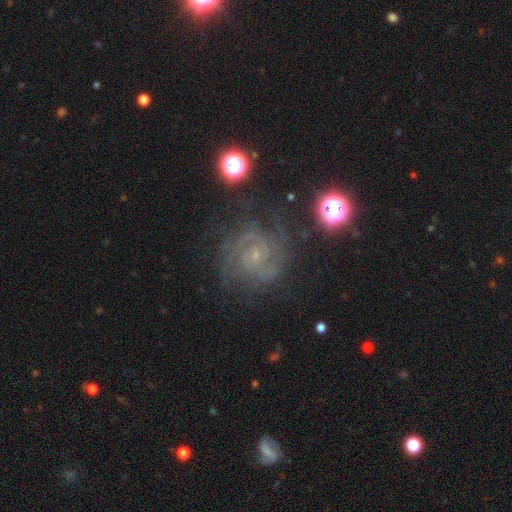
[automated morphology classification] Q: Smooth or featured?
A: featured or disk (78%); runner-up: star or artifact (12%)
Q: Edge-on disk?
A: no (98%); runner-up: yes (2%)
Q: Bar?
A: no (64%); runner-up: weak (31%)
Q: Spiral arms?
A: yes (95%); runner-up: no (5%)
Q: Spiral winding?
A: tight (54%); runner-up: medium (37%)
Q: Spiral arm count?
A: 2 (36%); runner-up: can't tell (27%)
Q: Bulge size?
A: small (76%); runner-up: moderate (14%)
Q: Merging?
A: none (72%); runner-up: minor disturbance (16%)